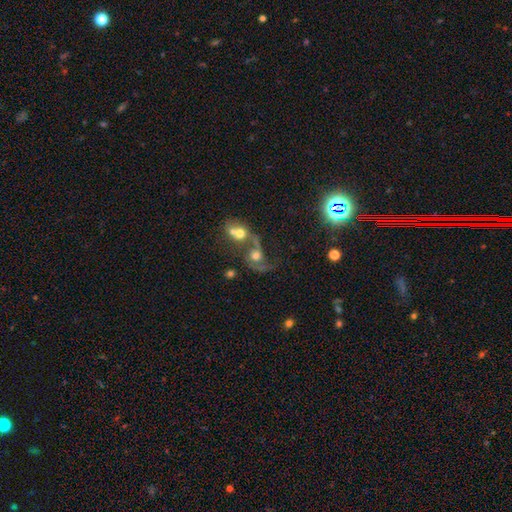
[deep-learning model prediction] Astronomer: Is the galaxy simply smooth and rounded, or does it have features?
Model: featured or disk — 61%.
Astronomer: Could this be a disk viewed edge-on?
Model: no — 97%.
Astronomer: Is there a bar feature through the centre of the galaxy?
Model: no — 73%.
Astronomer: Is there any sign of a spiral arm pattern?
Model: yes — 81%.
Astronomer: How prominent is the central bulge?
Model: moderate — 46% (runner-up: large, 30%).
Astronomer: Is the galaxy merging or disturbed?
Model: merger — 59%.